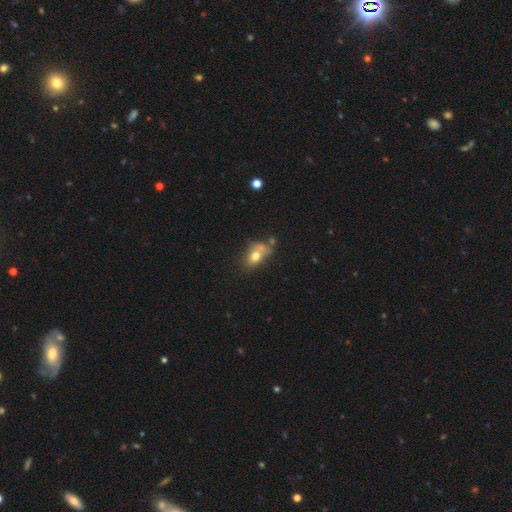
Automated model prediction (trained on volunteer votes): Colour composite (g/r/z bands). It shows a smooth galaxy with no disk features (72%) that is in between round and cigar-shaped (78%). Merging: none (37%).